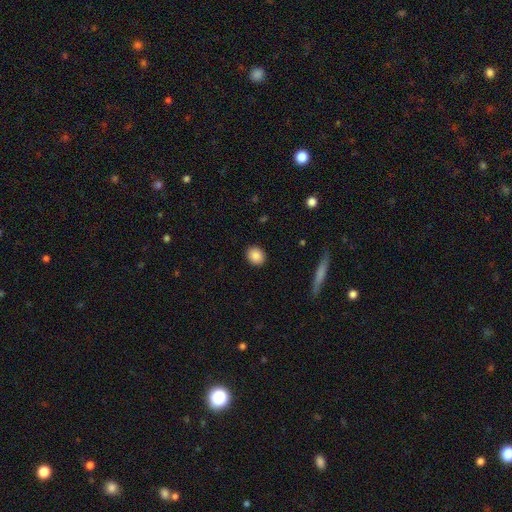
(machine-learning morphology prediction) Q: Smooth or featured?
A: smooth (87%); runner-up: star or artifact (8%)
Q: How rounded?
A: round (67%); runner-up: in between (31%)
Q: Merging?
A: none (91%); runner-up: minor disturbance (6%)